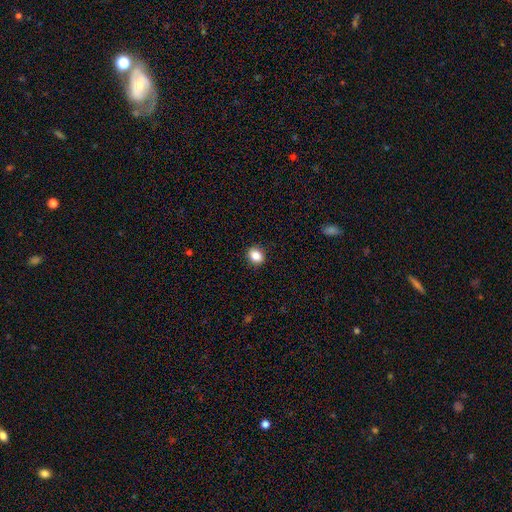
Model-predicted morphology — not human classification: Smooth or featured? Predicted: smooth (p=0.86). How rounded? Predicted: round (p=0.58). Merging? Predicted: none (p=0.89).